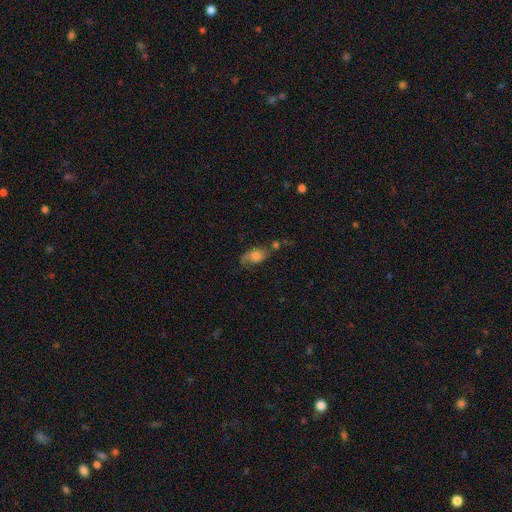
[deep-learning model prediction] Q: Smooth or featured?
A: featured or disk (46%); runner-up: smooth (44%)
Q: Merging?
A: none (45%); runner-up: minor disturbance (25%)